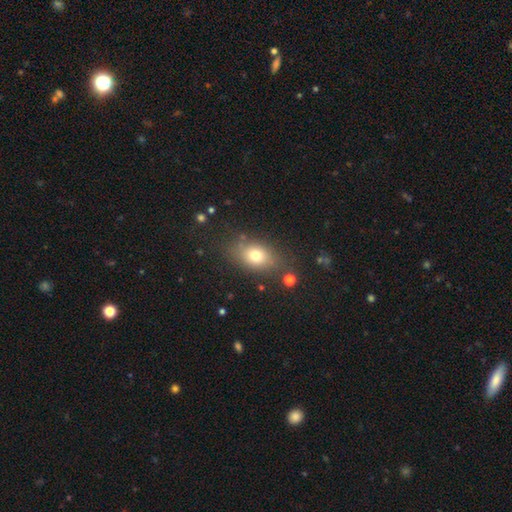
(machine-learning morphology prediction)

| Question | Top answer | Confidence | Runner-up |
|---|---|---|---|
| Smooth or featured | smooth | 73% | featured or disk (14%) |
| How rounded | in between | 71% | round (26%) |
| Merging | none | 76% | minor disturbance (14%) |